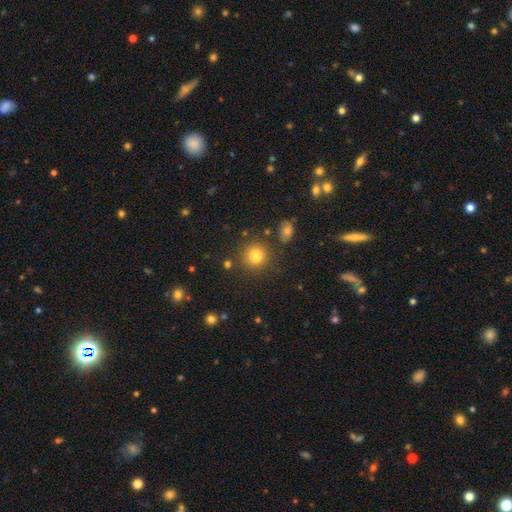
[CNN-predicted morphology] smooth 81%, star or artifact 13%, featured or disk 6%. Down the decision tree: how rounded — round (87%); merging — none (78%).